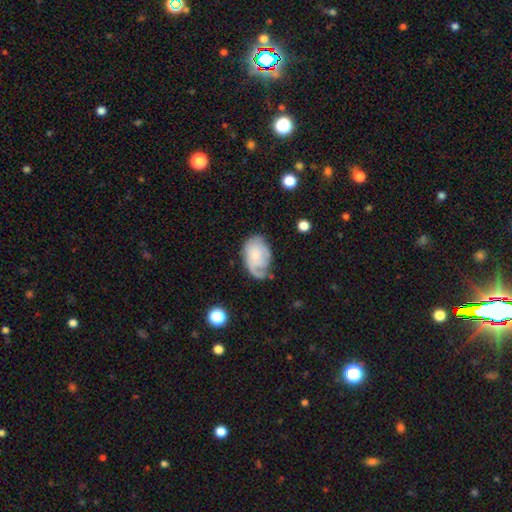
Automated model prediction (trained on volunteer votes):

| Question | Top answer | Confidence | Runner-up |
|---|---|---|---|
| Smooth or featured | featured or disk | 54% | smooth (39%) |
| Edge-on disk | no | 96% | yes (4%) |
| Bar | no | 76% | weak (21%) |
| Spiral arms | yes | 81% | no (19%) |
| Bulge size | small | 56% | moderate (24%) |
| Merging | none | 44% | minor disturbance (33%) |